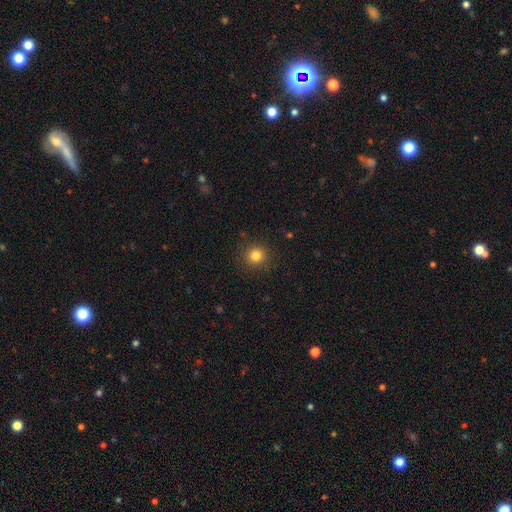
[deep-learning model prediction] Smooth or featured?
  - smooth: 82% *
  - star or artifact: 13%
  - featured or disk: 5%
How rounded?
  - round: 93% *
  - in between: 6%
  - cigar-shaped: 1%
Merging?
  - none: 90% *
  - minor disturbance: 7%
  - major disturbance: 3%
  - merger: 1%